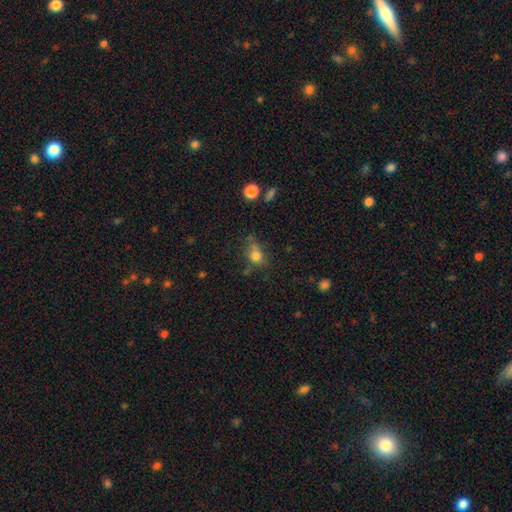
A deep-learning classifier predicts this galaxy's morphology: Overall: smooth (76%). How rounded: round (51%; in between 47%). Merging: none (47%; minor disturbance 28%).